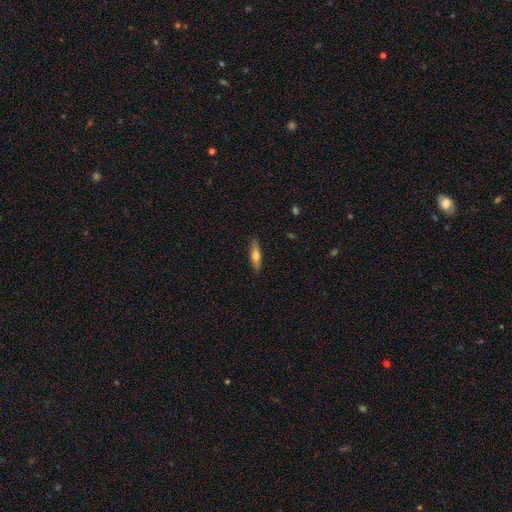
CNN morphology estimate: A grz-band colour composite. It shows a smooth galaxy with no disk features (65%) that is cigar-shaped (65%). Merging: none (86%).